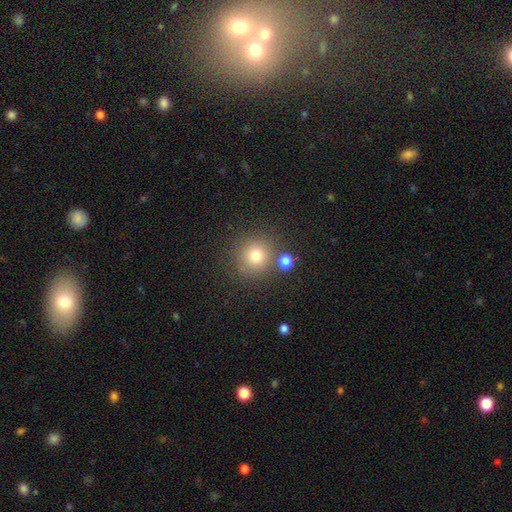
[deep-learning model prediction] Morphology: type=smooth (76%); roundness=round (92%); merging=none (76%).